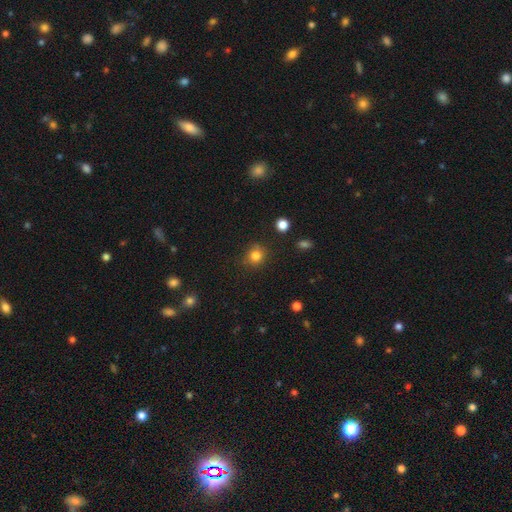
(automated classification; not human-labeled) Smooth or featured?
  - smooth: 82% *
  - star or artifact: 13%
  - featured or disk: 6%
How rounded?
  - round: 85% *
  - in between: 14%
  - cigar-shaped: 1%
Merging?
  - none: 78% *
  - minor disturbance: 15%
  - major disturbance: 4%
  - merger: 2%